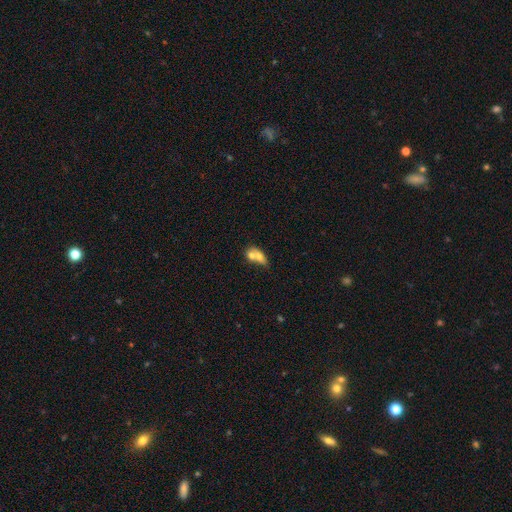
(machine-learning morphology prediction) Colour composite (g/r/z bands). It shows a smooth galaxy with no disk features (65%) that is in between round and cigar-shaped (64%). Merging: merger (66%).